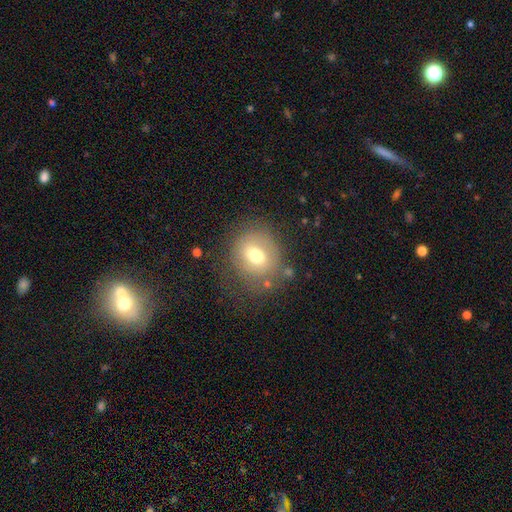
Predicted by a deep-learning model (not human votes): A smooth galaxy with no disk features (63%) that is round (73%). Merging: none (67%).